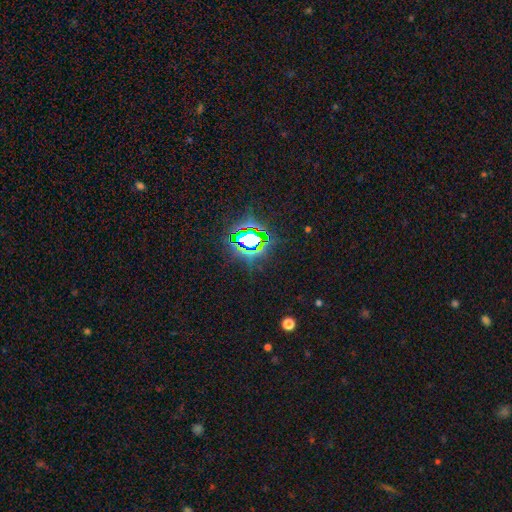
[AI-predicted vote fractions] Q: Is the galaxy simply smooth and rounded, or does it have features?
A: star or artifact — 81%.